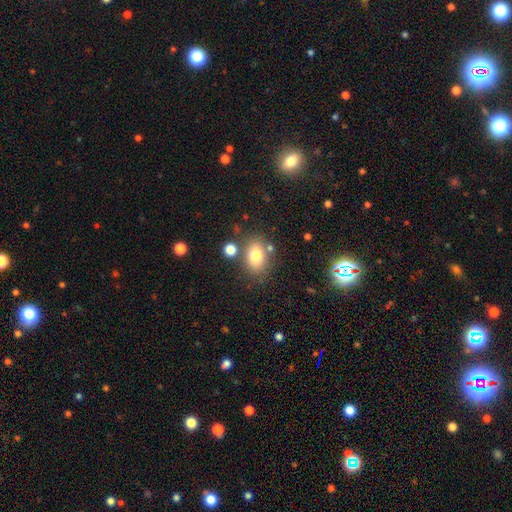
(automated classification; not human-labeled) smooth 77%, featured or disk 12%, star or artifact 10%. Down the decision tree: how rounded — in between (76%); merging — none (74%).